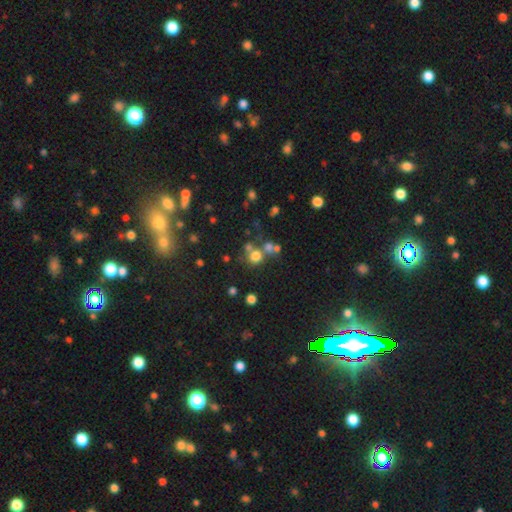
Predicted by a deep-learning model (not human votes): Overall: smooth (68%). How rounded: round (88%). Merging: none (54%; merger 29%).